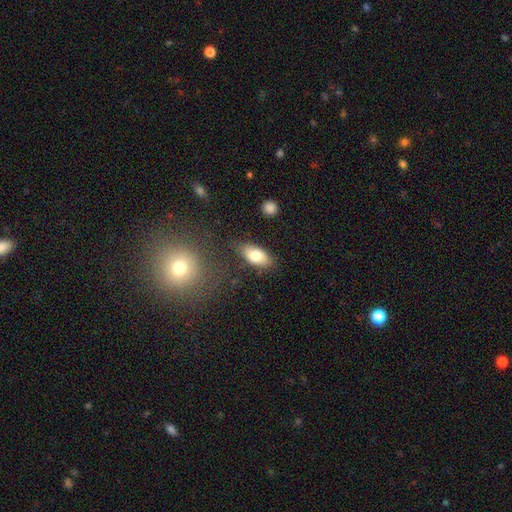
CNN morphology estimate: smooth 79%, featured or disk 14%, star or artifact 7%. Down the decision tree: how rounded — in between (90%); merging — none (79%).